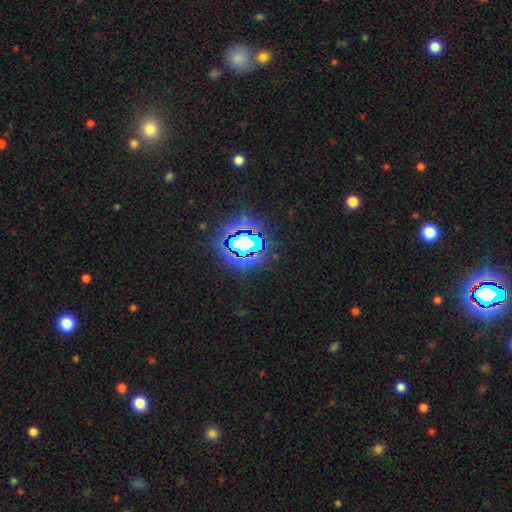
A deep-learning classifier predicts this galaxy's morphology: Smooth or featured? star or artifact (83%)